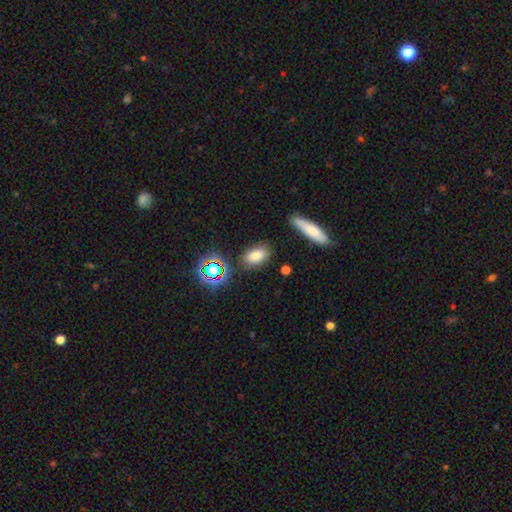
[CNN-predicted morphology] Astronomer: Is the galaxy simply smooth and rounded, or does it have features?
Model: smooth — 76%.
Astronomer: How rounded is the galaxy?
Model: in between — 85%.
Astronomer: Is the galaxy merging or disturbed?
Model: none — 80%.